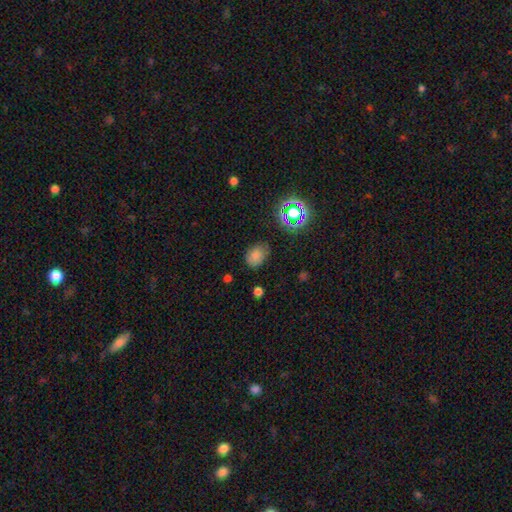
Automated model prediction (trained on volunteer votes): smooth_or_featured: smooth (p=0.74) [alt: star or artifact p=0.18]
how_rounded: in between (p=0.69) [alt: round p=0.30]
merging: none (p=0.73) [alt: minor disturbance p=0.20]